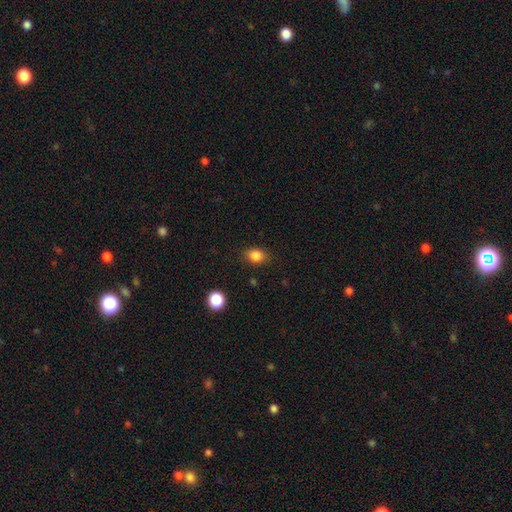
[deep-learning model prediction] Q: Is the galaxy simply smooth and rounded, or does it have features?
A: smooth — 84%.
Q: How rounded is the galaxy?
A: in between — 56%.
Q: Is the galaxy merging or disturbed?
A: none — 84%.